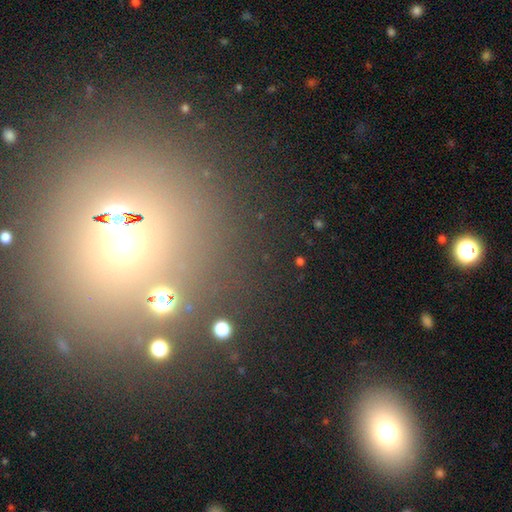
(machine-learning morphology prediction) The model was most divided on "smooth or featured": star or artifact: 47%, smooth: 38%, featured or disk: 15%.